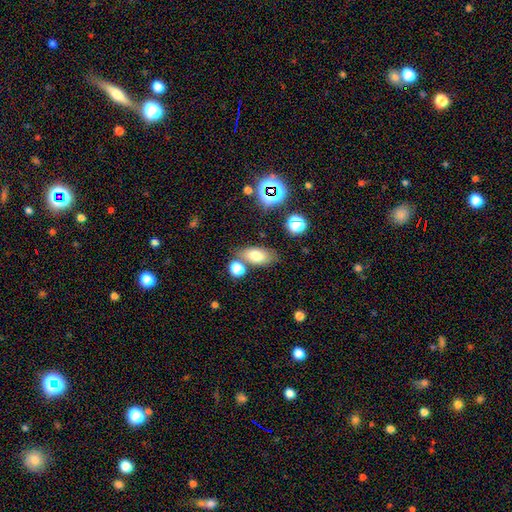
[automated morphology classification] Q: Smooth or featured?
A: smooth (73%); runner-up: featured or disk (15%)
Q: How rounded?
A: in between (86%); runner-up: round (8%)
Q: Merging?
A: none (68%); runner-up: merger (15%)